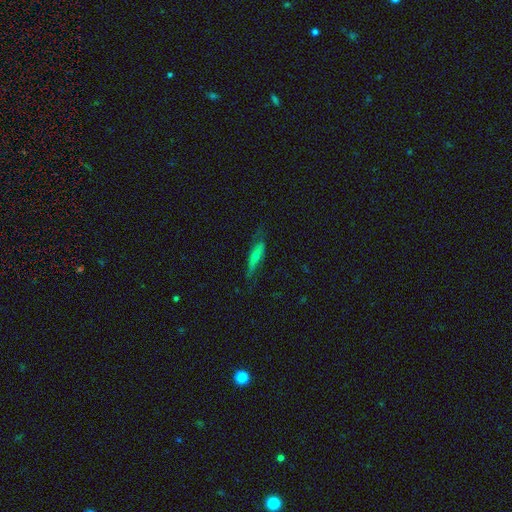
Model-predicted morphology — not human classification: smooth-or-featured: smooth: 58% | featured or disk: 34% | star or artifact: 8%
  how-rounded: cigar-shaped: 71% | in between: 26% | round: 3%
  merging: none: 58% | minor disturbance: 28% | major disturbance: 12% | merger: 2%